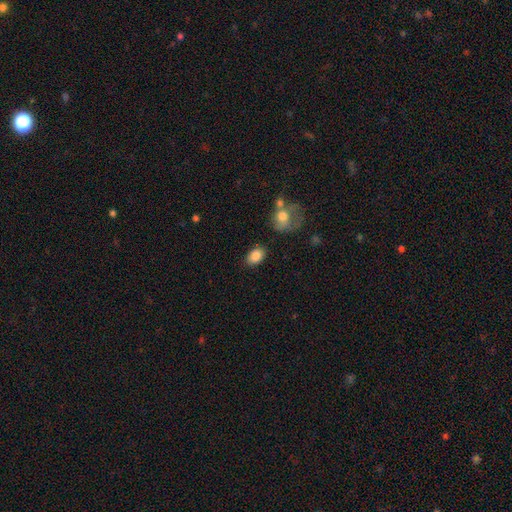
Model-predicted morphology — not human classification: smooth-or-featured: smooth: 86% | star or artifact: 8% | featured or disk: 6%
  how-rounded: in between: 83% | round: 16% | cigar-shaped: 1%
  merging: none: 81% | minor disturbance: 11% | merger: 4% | major disturbance: 3%